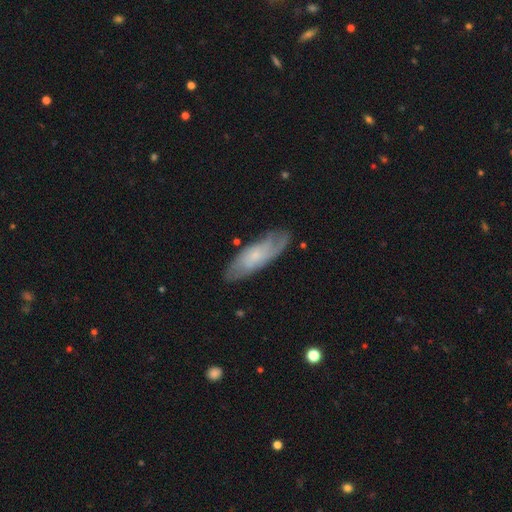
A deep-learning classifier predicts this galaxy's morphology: Q: Smooth or featured?
A: featured or disk (56%); runner-up: smooth (38%)
Q: Edge-on disk?
A: no (80%); runner-up: yes (20%)
Q: Merging?
A: none (74%); runner-up: minor disturbance (19%)